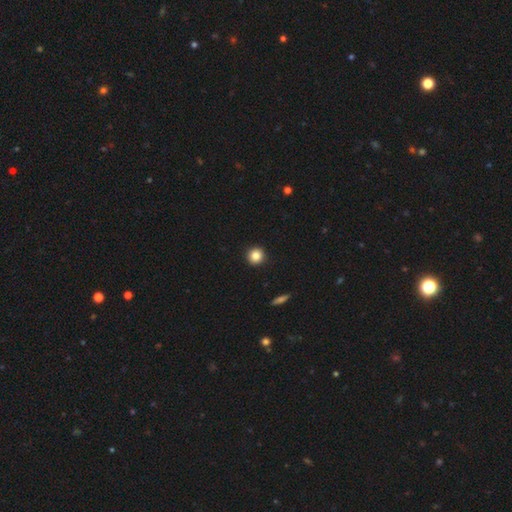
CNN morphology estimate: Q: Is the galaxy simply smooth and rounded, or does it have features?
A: smooth — 84%.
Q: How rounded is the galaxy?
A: round — 95%.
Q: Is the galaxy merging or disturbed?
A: none — 93%.